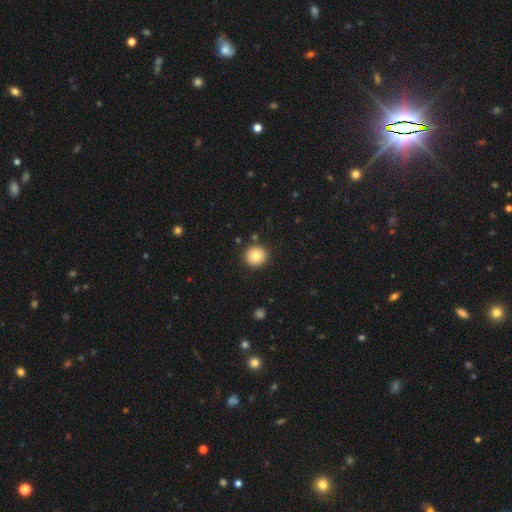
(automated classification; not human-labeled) Overall: smooth (83%). How rounded: round (90%). Merging: none (89%).